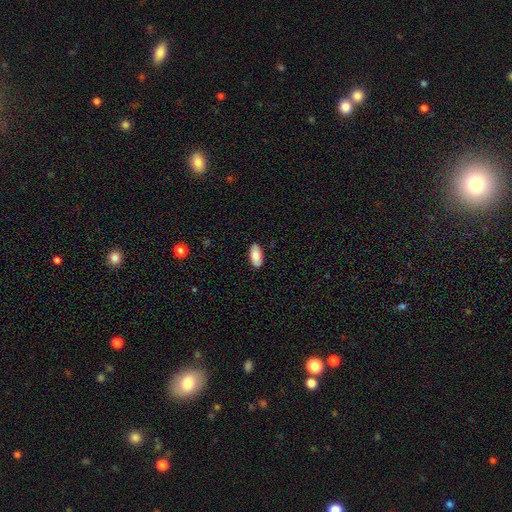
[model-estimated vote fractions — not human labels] Overall: smooth (82%). How rounded: in between (92%). Merging: none (87%).